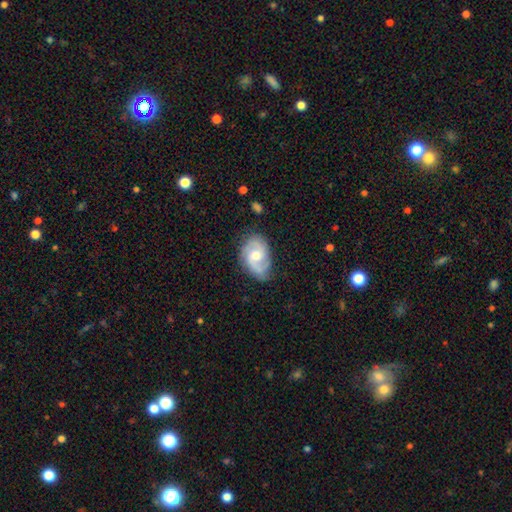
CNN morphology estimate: The model was most divided on "spiral winding": medium: 50%, tight: 34%, loose: 16%. More confident: edge-on disk — no (97%); spiral arms — yes (95%); smooth or featured — featured or disk (80%); spiral arm count — 2 (79%); merging — none (74%); bulge size — moderate (66%); bar — no (56%).